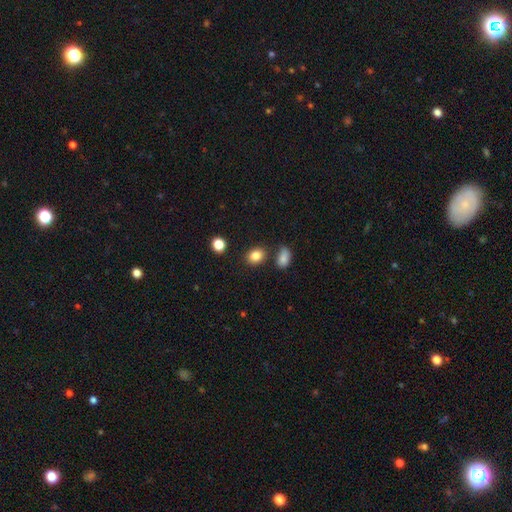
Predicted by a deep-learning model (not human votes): The model was most divided on "how rounded": in between: 59%, round: 40%, cigar-shaped: 1%. More confident: smooth or featured — smooth (84%); merging — none (77%).